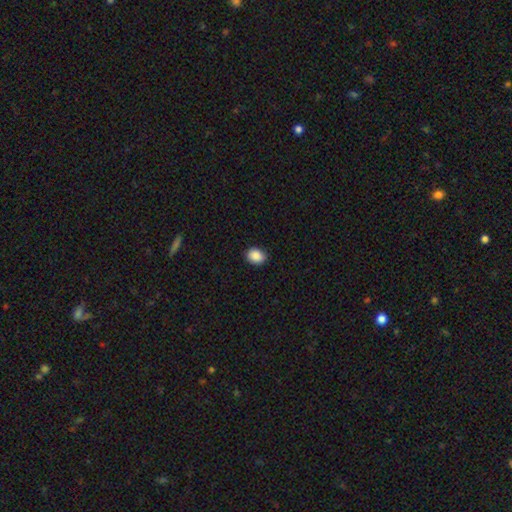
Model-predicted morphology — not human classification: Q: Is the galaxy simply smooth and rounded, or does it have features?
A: smooth — 89%.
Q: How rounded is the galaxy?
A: in between — 53%.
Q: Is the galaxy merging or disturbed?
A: none — 87%.